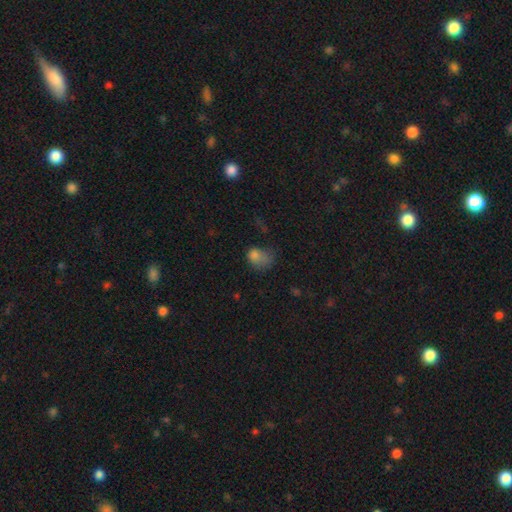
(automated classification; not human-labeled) This appears to be a smooth galaxy with no disk features (73%) that is in between round and cigar-shaped (68%). Merging: major disturbance (44%).